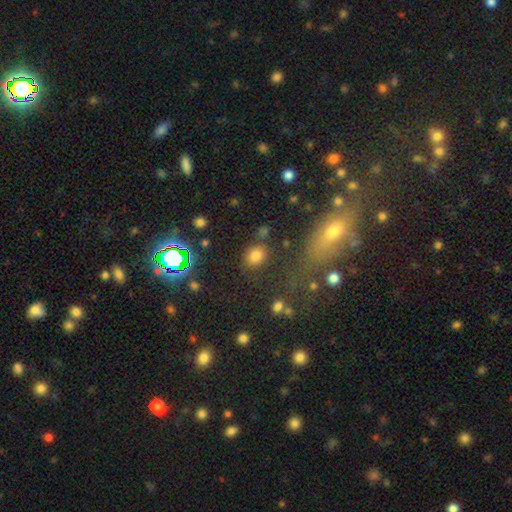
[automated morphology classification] Smooth or featured? Predicted: smooth (p=0.76). How rounded? Predicted: in between (p=0.51). Merging? Predicted: none (p=0.74).